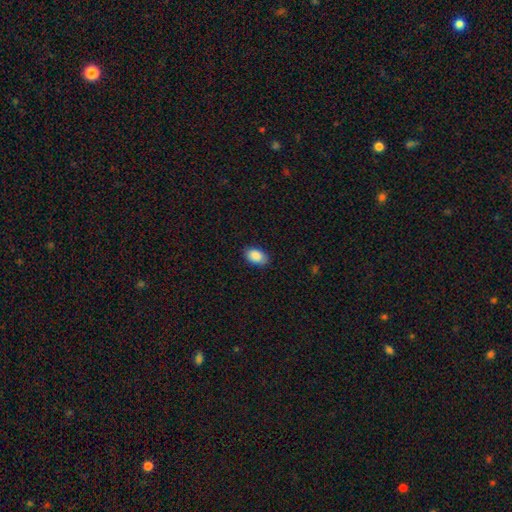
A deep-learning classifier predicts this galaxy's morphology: smooth 89%, star or artifact 7%, featured or disk 4%. Down the decision tree: how rounded — in between (92%); merging — none (84%).